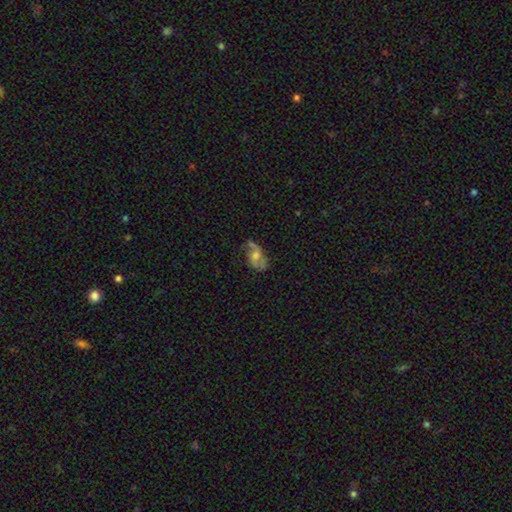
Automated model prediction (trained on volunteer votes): Smooth or featured? Predicted: featured or disk (p=0.60). Edge-on disk? Predicted: no (p=0.95). Bar? Predicted: no (p=0.63). Spiral arms? Predicted: yes (p=0.81). Bulge size? Predicted: moderate (p=0.54). Merging? Predicted: none (p=0.52).